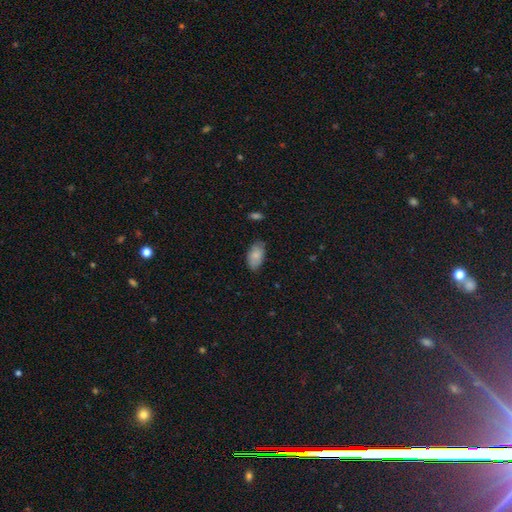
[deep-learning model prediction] smooth 83%, featured or disk 11%, star or artifact 7%. Down the decision tree: how rounded — in between (94%); merging — none (75%).